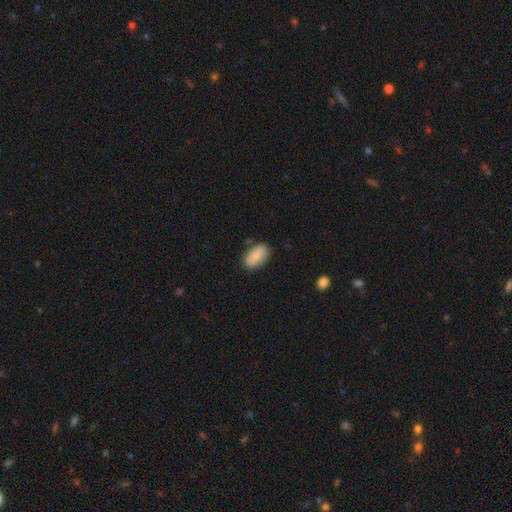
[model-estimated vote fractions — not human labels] Smooth or featured: smooth — 81% (featured or disk — 13%)
How rounded: in between — 93% (round — 5%)
Merging: none — 81% (minor disturbance — 14%)